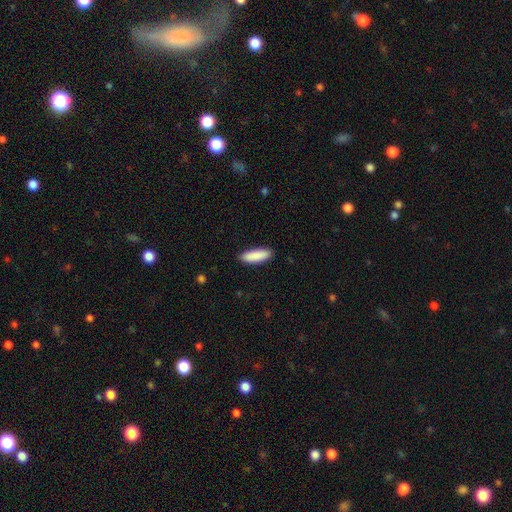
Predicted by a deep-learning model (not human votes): Smooth or featured: smooth — 90% (star or artifact — 5%)
How rounded: in between — 51% (cigar-shaped — 48%)
Merging: none — 89% (minor disturbance — 8%)